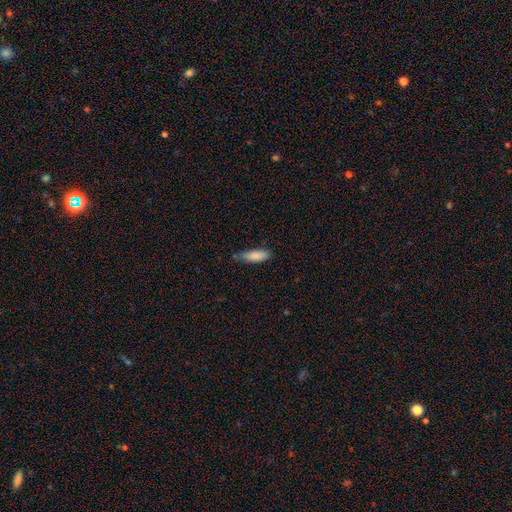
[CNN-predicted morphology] This appears to be a smooth galaxy with no disk features (85%) that is in between round and cigar-shaped (56%). Merging: none (55%).